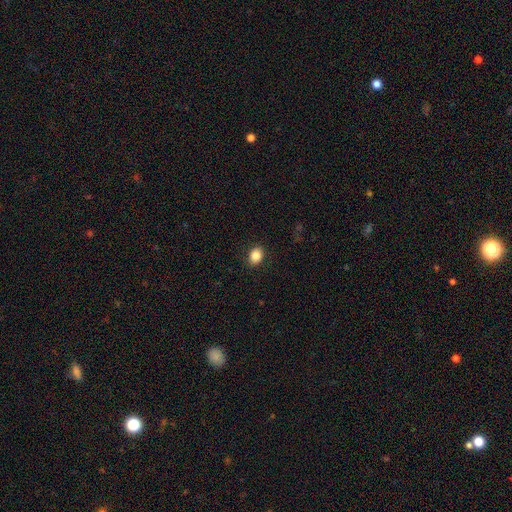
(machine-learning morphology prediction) Smooth or featured? Predicted: smooth (p=0.86). How rounded? Predicted: round (p=0.51). Merging? Predicted: none (p=0.90).